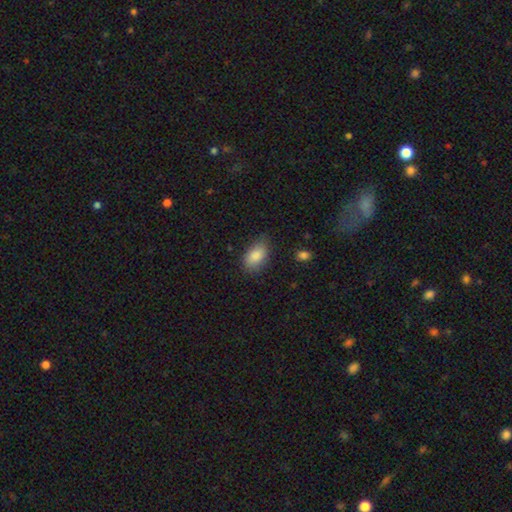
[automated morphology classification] smooth_or_featured: smooth (p=0.86) [alt: star or artifact p=0.07]
how_rounded: in between (p=0.91) [alt: round p=0.07]
merging: none (p=0.72) [alt: minor disturbance p=0.22]